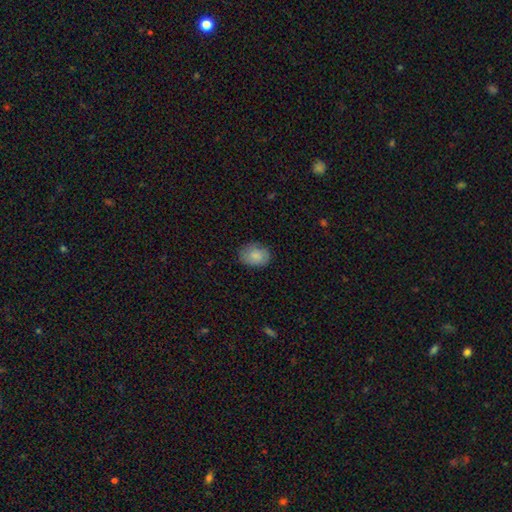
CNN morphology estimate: Smooth or featured? Predicted: smooth (p=0.82). How rounded? Predicted: in between (p=0.71). Merging? Predicted: none (p=0.77).